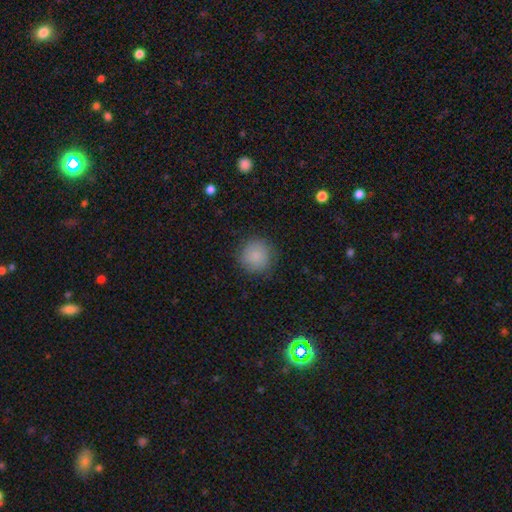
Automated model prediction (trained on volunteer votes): A smooth galaxy with no disk features (85%) that is round (93%). Merging: none (84%).